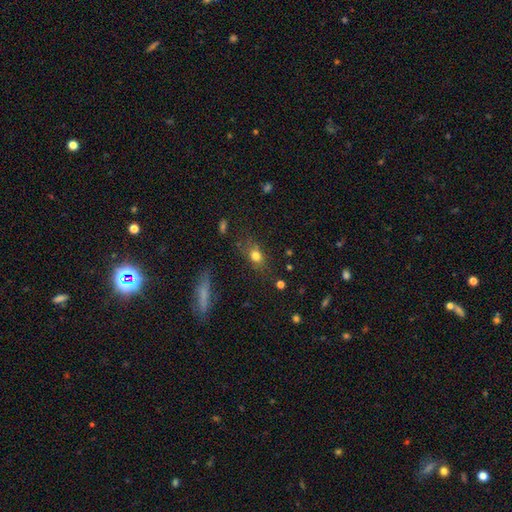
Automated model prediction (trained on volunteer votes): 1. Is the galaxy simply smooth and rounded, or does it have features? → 74% smooth, 15% star or artifact, 11% featured or disk.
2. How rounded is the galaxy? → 54% in between, 39% round, 8% cigar-shaped.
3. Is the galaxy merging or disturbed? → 72% none, 16% minor disturbance, 7% major disturbance, 5% merger.